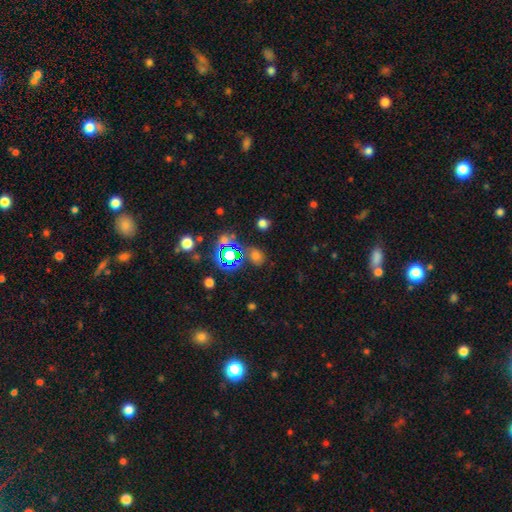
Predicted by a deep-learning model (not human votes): A smooth galaxy with no disk features (51%) that is round (58%).

Vote fractions:
- Smooth or featured? smooth: 51% / star or artifact: 41% / featured or disk: 8%
- How rounded? round: 58% / in between: 41% / cigar-shaped: 2%
- Merging? none: 73% / minor disturbance: 14% / merger: 7% / major disturbance: 6%